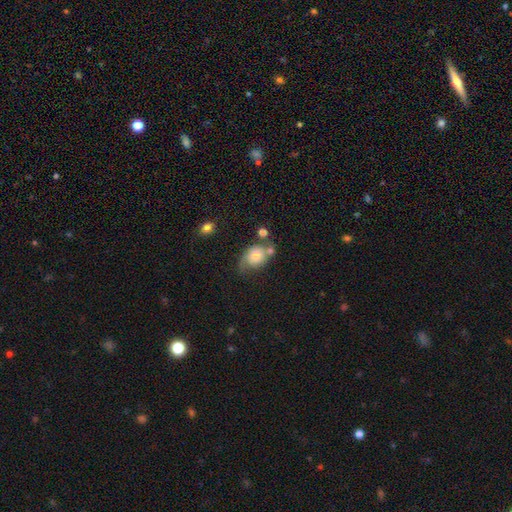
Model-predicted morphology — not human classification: Smooth or featured? Predicted: smooth (p=0.68). How rounded? Predicted: in between (p=0.57). Merging? Predicted: none (p=0.39).